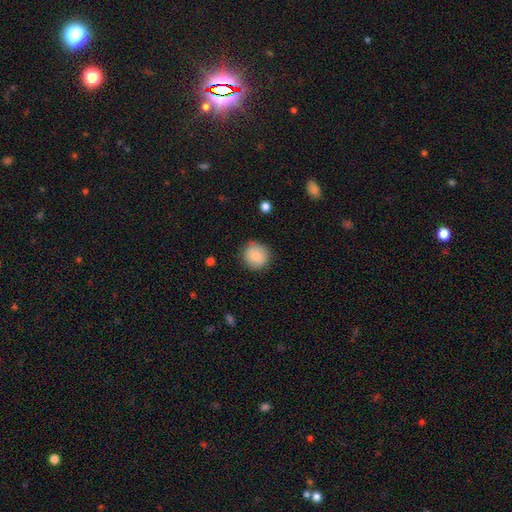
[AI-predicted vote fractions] A smooth galaxy with no disk features (85%) that is round (91%).

Vote fractions:
- Smooth or featured? smooth: 85% / star or artifact: 8% / featured or disk: 7%
- How rounded? round: 91% / in between: 8% / cigar-shaped: 1%
- Merging? none: 86% / minor disturbance: 11% / major disturbance: 3% / merger: 1%